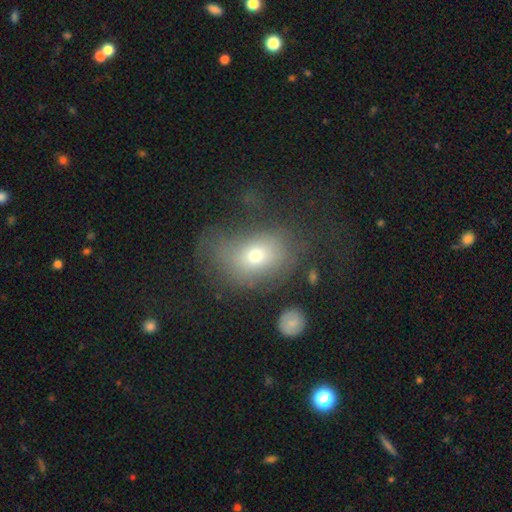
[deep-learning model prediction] Smooth or featured? smooth (64%)
How rounded? in between (63%)
Merging? none (41%)